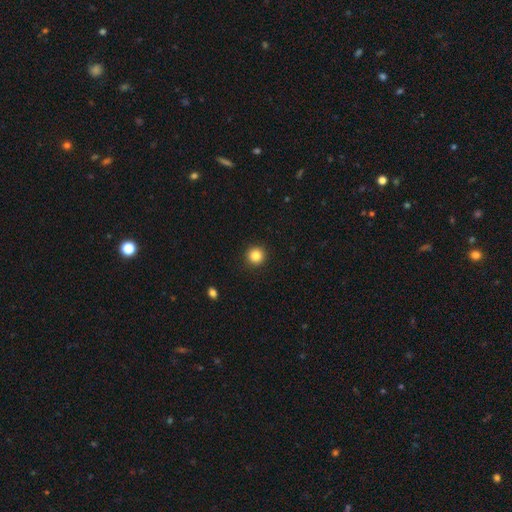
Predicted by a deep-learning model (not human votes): Smooth or featured: smooth — 85% (star or artifact — 11%)
How rounded: round — 94% (in between — 5%)
Merging: none — 92% (minor disturbance — 5%)